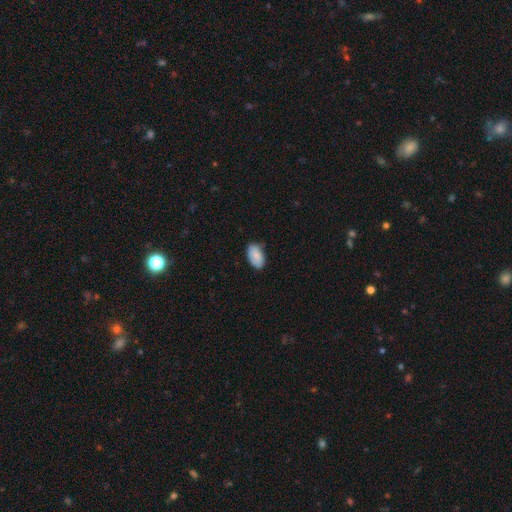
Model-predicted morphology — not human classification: Overall: smooth (83%). How rounded: in between (94%). Merging: none (75%).